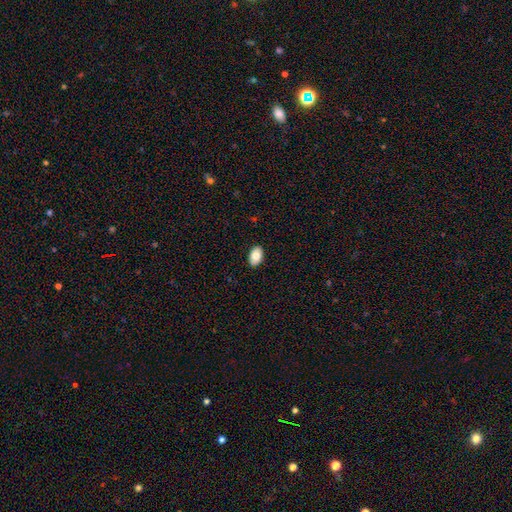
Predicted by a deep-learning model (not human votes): smooth_or_featured: smooth (p=0.82) [alt: featured or disk p=0.11]
how_rounded: in between (p=0.91) [alt: round p=0.08]
merging: none (p=0.89) [alt: minor disturbance p=0.08]